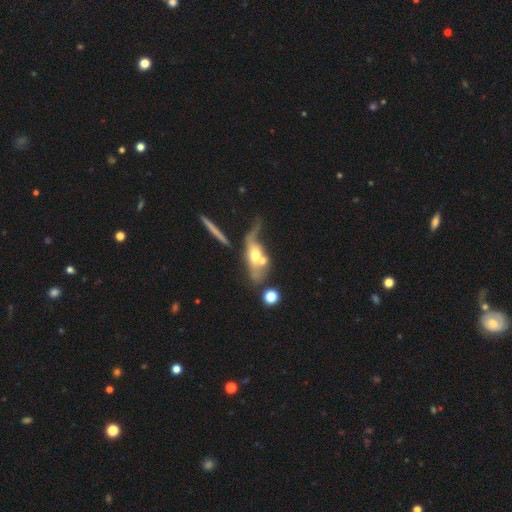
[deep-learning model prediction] This is possibly a featured or disk galaxy (48%). Merging: marginally merger (40%).